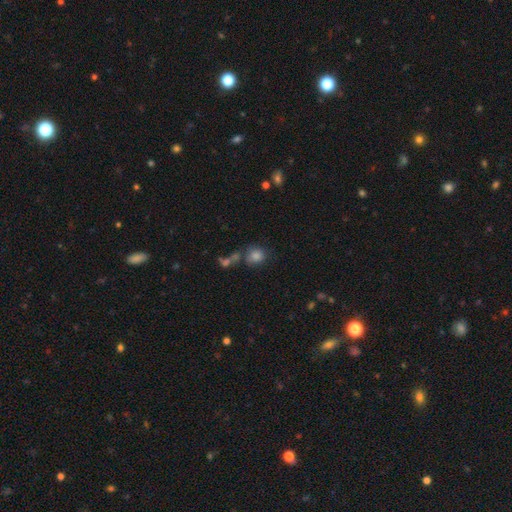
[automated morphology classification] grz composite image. It shows a smooth galaxy with no disk features (78%) that is round (73%). Merging: none (61%).